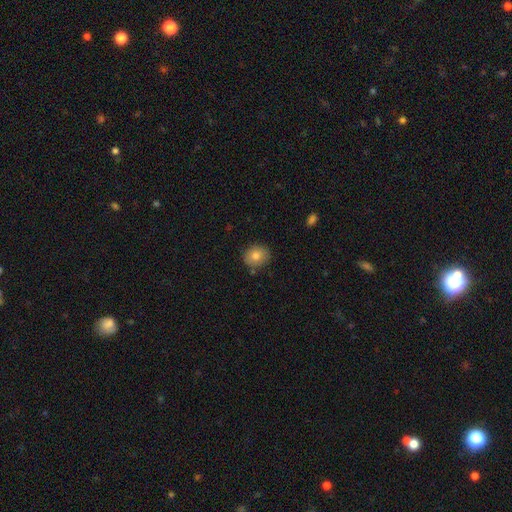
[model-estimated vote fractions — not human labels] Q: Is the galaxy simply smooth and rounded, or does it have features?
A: smooth — 80%.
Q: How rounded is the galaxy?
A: round — 77%.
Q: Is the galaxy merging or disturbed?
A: none — 83%.